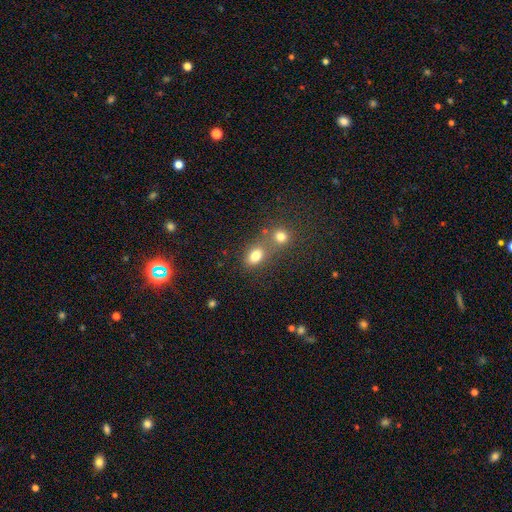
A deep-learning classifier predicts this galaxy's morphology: Smooth or featured? smooth (80%)
How rounded? in between (70%)
Merging? none (45%)